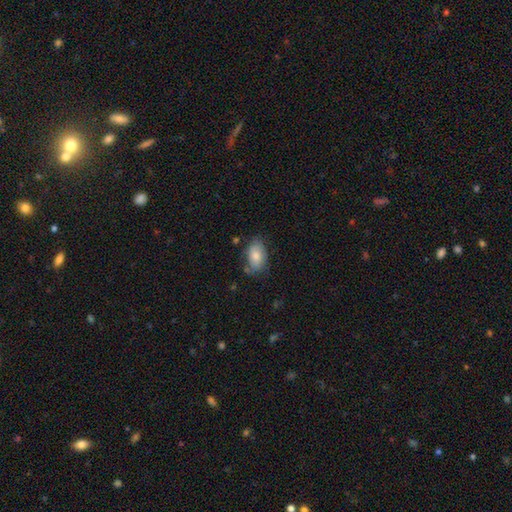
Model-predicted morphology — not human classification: A smooth galaxy with no disk features (79%) that is in between round and cigar-shaped (91%).

Vote fractions:
- Smooth or featured? smooth: 79% / featured or disk: 14% / star or artifact: 7%
- How rounded? in between: 91% / round: 7% / cigar-shaped: 2%
- Merging? none: 67% / minor disturbance: 24% / major disturbance: 6% / merger: 4%